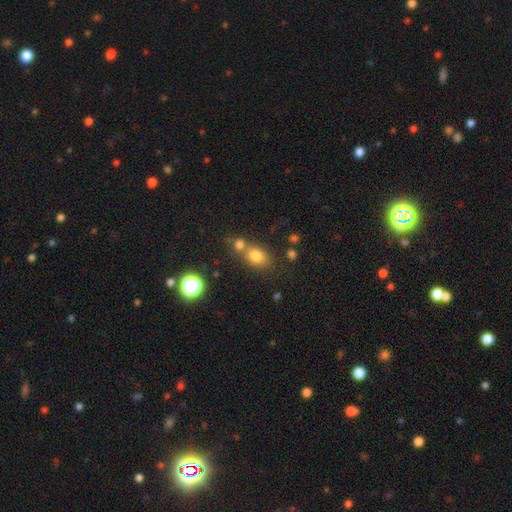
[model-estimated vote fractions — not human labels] This appears to be a smooth galaxy with no disk features (77%) that is in between round and cigar-shaped (56%). Merging: none (50%).